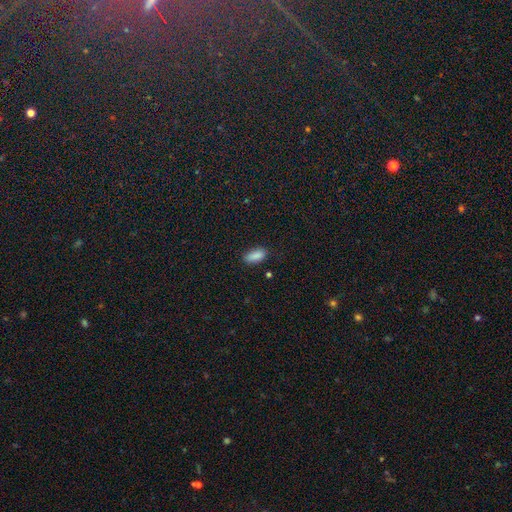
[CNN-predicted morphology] The model was most divided on "how rounded": in between: 83%, cigar-shaped: 15%, round: 3%. More confident: smooth or featured — smooth (87%); merging — none (82%).